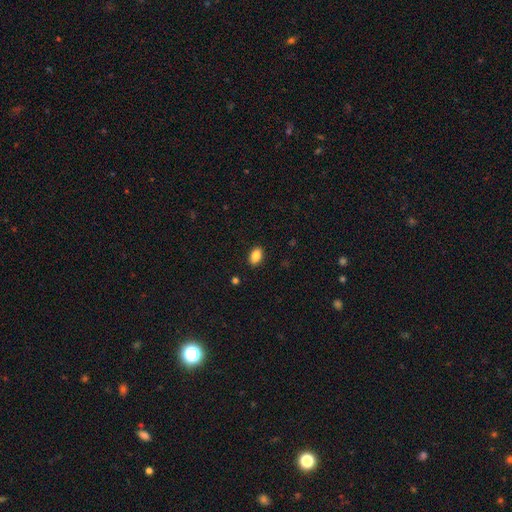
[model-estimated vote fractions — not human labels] Q: Smooth or featured?
A: smooth (87%); runner-up: star or artifact (8%)
Q: How rounded?
A: in between (89%); runner-up: round (9%)
Q: Merging?
A: none (89%); runner-up: minor disturbance (8%)